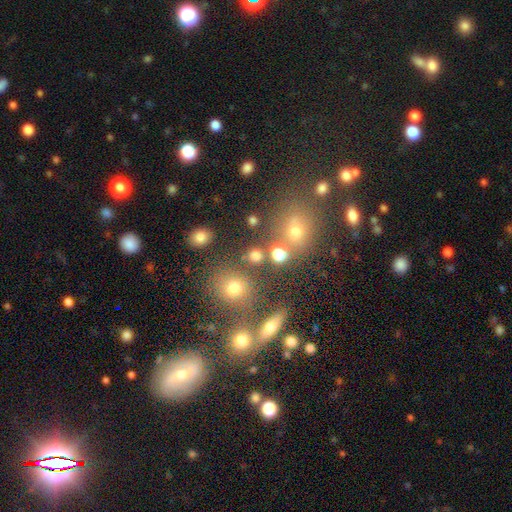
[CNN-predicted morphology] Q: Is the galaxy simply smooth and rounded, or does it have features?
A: smooth — 72%.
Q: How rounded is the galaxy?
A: round — 85%.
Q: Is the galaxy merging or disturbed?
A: none — 73%.